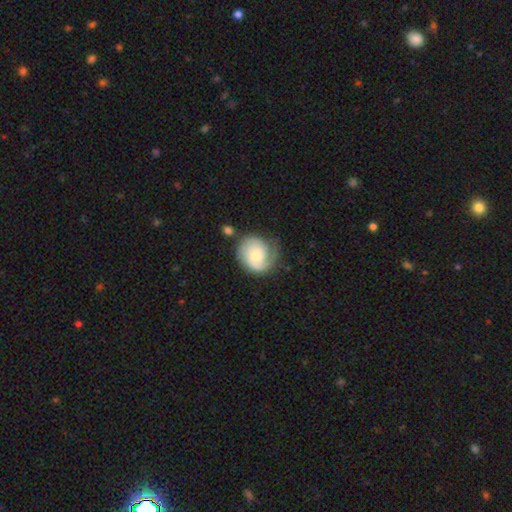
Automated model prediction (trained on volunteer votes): Smooth or featured? Predicted: featured or disk (p=0.49). Merging? Predicted: none (p=0.51).